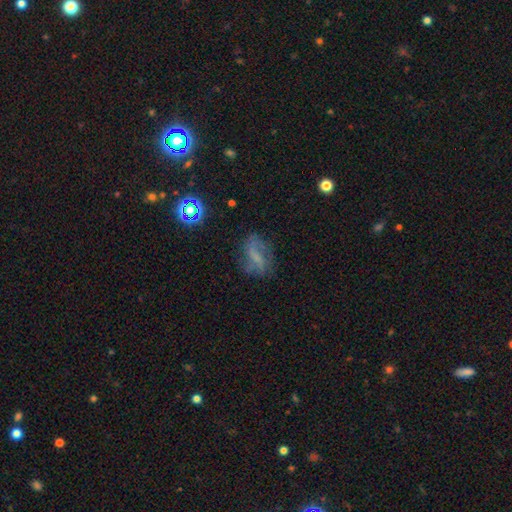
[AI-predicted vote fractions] Smooth or featured? Predicted: featured or disk (p=0.51). Edge-on disk? Predicted: no (p=0.93). Merging? Predicted: none (p=0.63).